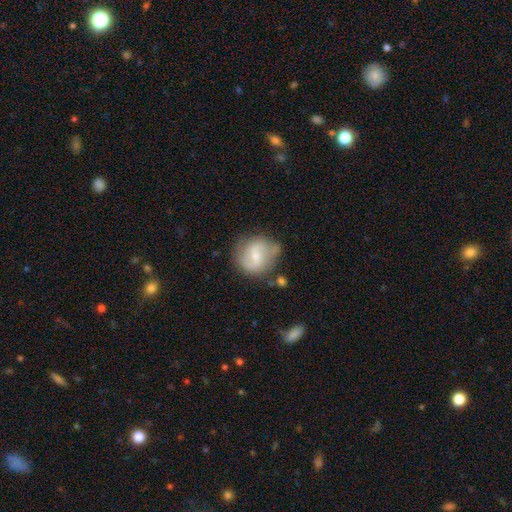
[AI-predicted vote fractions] Morphology: type=featured or disk (57%); edge-on=no (97%); bar=weak (46%); spiral arms=yes (81%); bulge=small (58%); merging=none (65%).